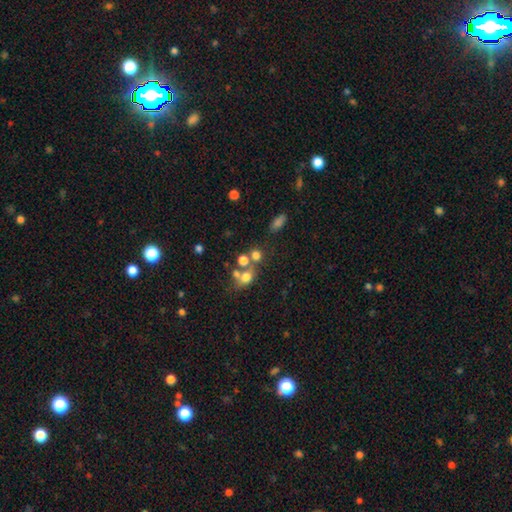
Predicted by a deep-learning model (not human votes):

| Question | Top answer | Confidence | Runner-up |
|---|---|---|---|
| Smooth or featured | smooth | 68% | star or artifact (17%) |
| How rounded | round | 72% | in between (27%) |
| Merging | none | 45% | merger (39%) |